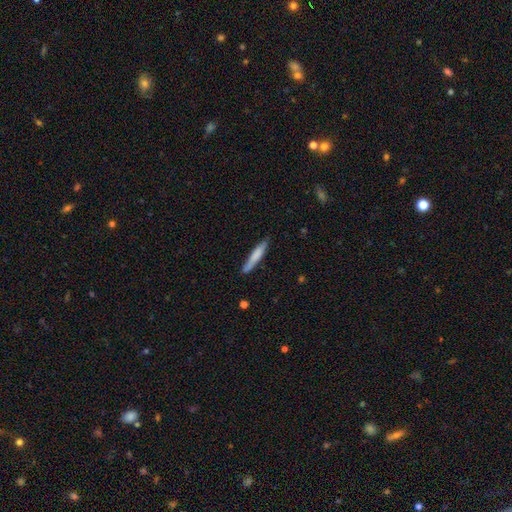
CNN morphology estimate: This appears to be a smooth galaxy with no disk features (72%) that is cigar-shaped (92%). Merging: none (78%).